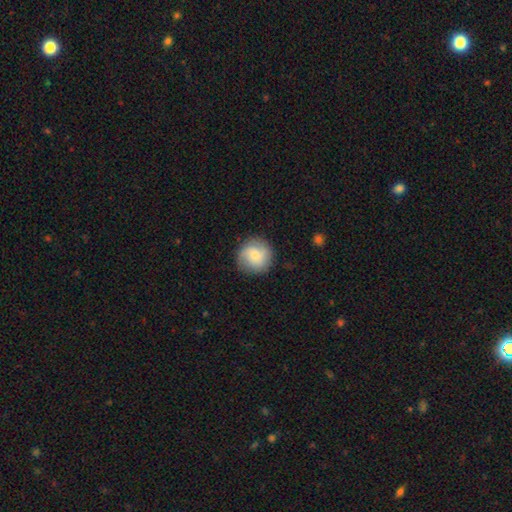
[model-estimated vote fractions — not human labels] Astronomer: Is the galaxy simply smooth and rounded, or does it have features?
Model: smooth — 71%.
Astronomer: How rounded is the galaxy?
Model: round — 93%.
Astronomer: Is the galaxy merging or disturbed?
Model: none — 84%.